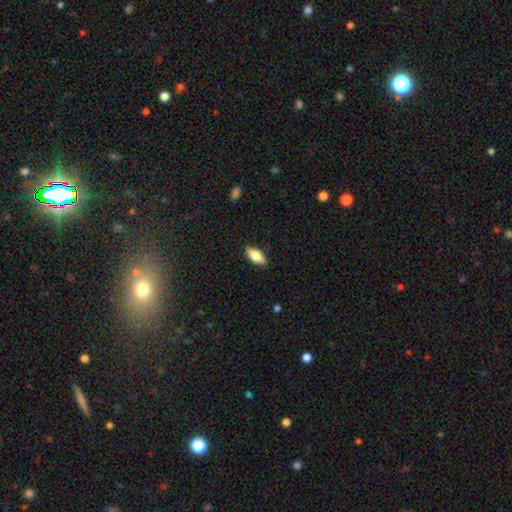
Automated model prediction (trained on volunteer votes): smooth-or-featured: smooth: 79% | featured or disk: 15% | star or artifact: 7%
  how-rounded: in between: 87% | cigar-shaped: 10% | round: 3%
  merging: none: 88% | minor disturbance: 9% | major disturbance: 2% | merger: 1%